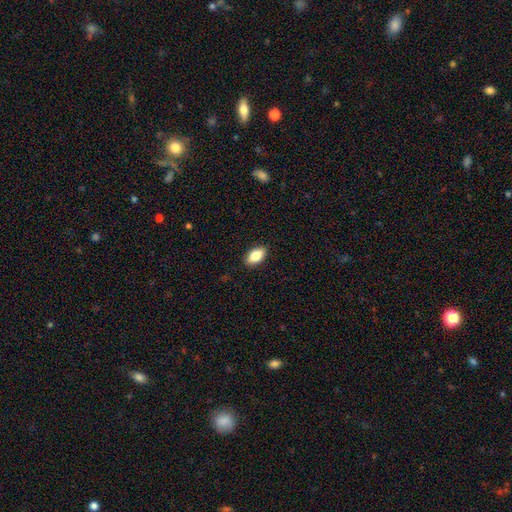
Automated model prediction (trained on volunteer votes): Smooth or featured? smooth (81%)
How rounded? in between (90%)
Merging? none (89%)